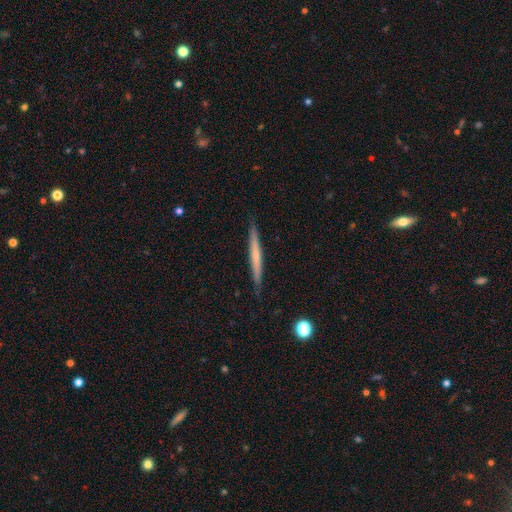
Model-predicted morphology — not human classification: Smooth or featured: featured or disk — 48% (smooth — 46%)
Merging: none — 89% (minor disturbance — 9%)